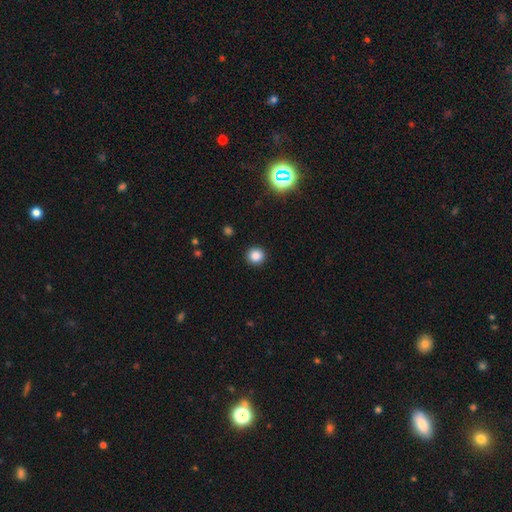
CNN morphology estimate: A smooth galaxy with no disk features (84%) that is round (94%). Merging: none (92%).